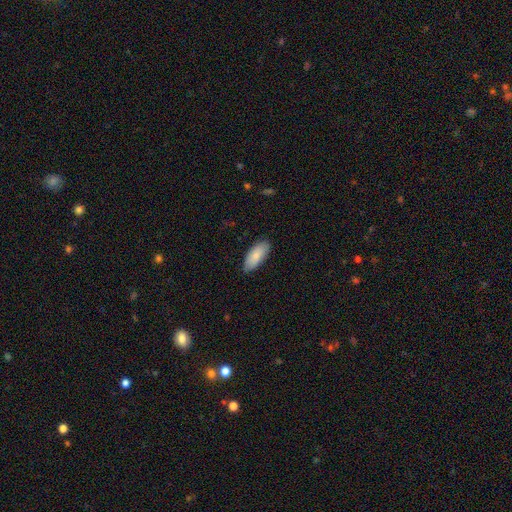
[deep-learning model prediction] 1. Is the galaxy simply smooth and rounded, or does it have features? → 84% smooth, 10% featured or disk, 6% star or artifact.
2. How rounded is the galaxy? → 86% in between, 12% cigar-shaped, 2% round.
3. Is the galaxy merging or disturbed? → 83% none, 14% minor disturbance, 2% major disturbance, 1% merger.